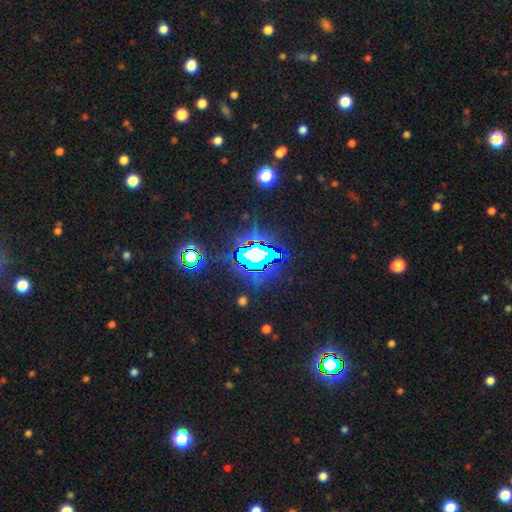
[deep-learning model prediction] Smooth or featured: star or artifact — 81% (smooth — 11%)